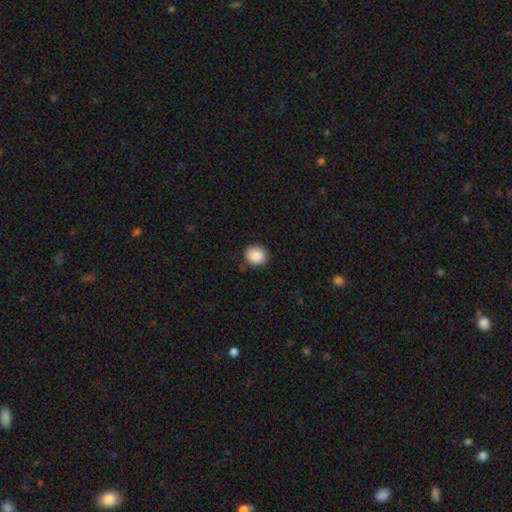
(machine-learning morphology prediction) Smooth or featured?
  - smooth: 88% *
  - star or artifact: 8%
  - featured or disk: 4%
How rounded?
  - round: 78% *
  - in between: 22%
  - cigar-shaped: 1%
Merging?
  - none: 87% *
  - minor disturbance: 10%
  - major disturbance: 2%
  - merger: 1%